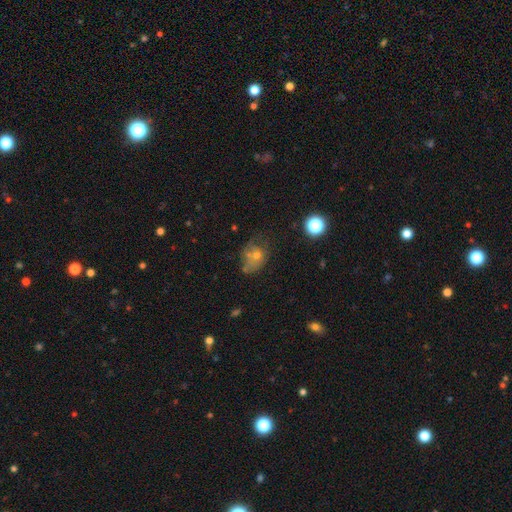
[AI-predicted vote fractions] The model was most divided on "how rounded": in between: 52%, round: 47%, cigar-shaped: 1%. Remaining: smooth or featured — smooth (50%); merging — none (40%).